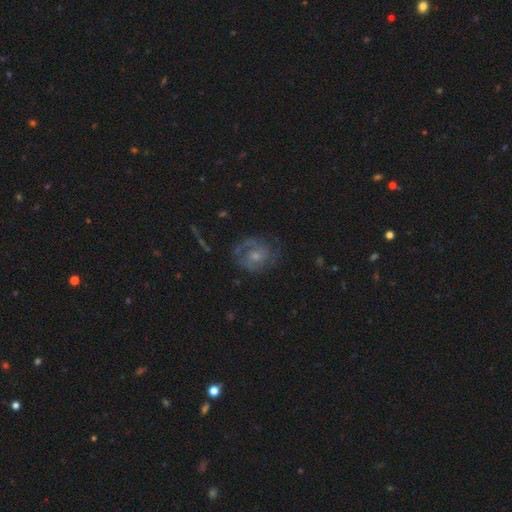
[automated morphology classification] Smooth or featured?
  - featured or disk: 68% *
  - smooth: 22%
  - star or artifact: 10%
Edge-on disk?
  - no: 97% *
  - yes: 3%
Bar?
  - no: 70% *
  - weak: 26%
  - strong: 4%
Spiral arms?
  - yes: 82% *
  - no: 18%
Spiral winding?
  - medium: 42% *
  - tight: 40%
  - loose: 17%
Spiral arm count?
  - 2: 49% *
  - can't tell: 26%
  - 1: 11%
  - 3: 8%
  - 4: 3%
  - more than 4: 3%
Bulge size?
  - small: 48% *
  - moderate: 43%
  - none: 5%
  - large: 3%
  - dominant: 1%
Merging?
  - none: 63% *
  - minor disturbance: 20%
  - major disturbance: 15%
  - merger: 2%